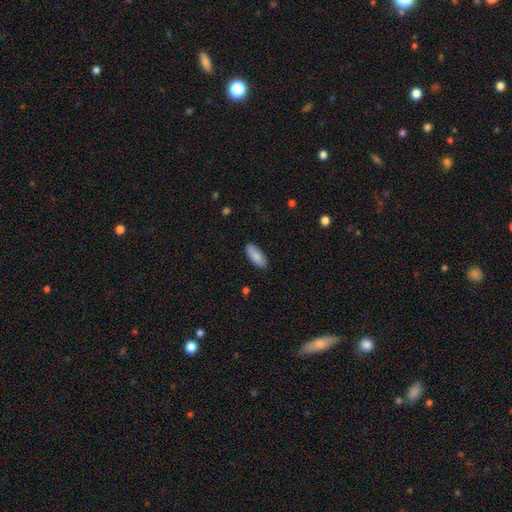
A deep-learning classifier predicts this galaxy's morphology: Smooth or featured? Predicted: smooth (p=0.85). How rounded? Predicted: in between (p=0.79). Merging? Predicted: none (p=0.88).